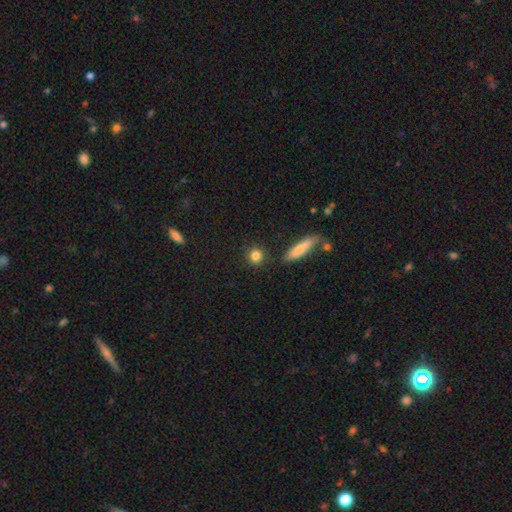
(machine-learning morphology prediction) This is clearly a smooth galaxy (83%). How rounded: clearly round (83%). Merging: clearly none (87%).